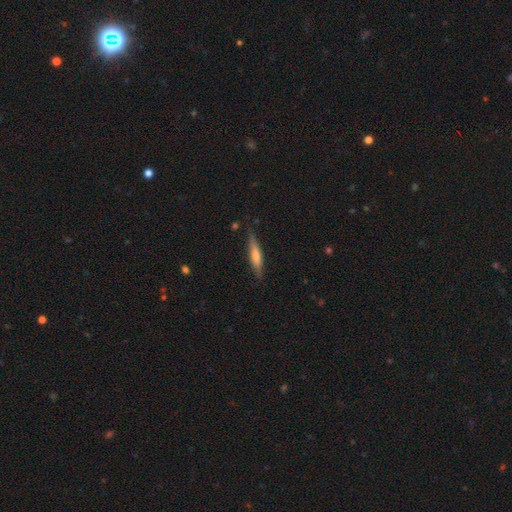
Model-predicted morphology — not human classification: This appears to be a smooth galaxy with no disk features (52%) that is cigar-shaped (87%). Merging: none (84%).